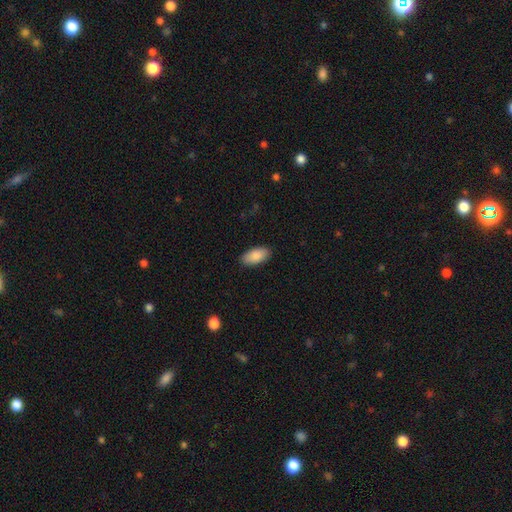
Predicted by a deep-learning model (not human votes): Overall: smooth (88%). How rounded: in between (93%). Merging: none (89%).